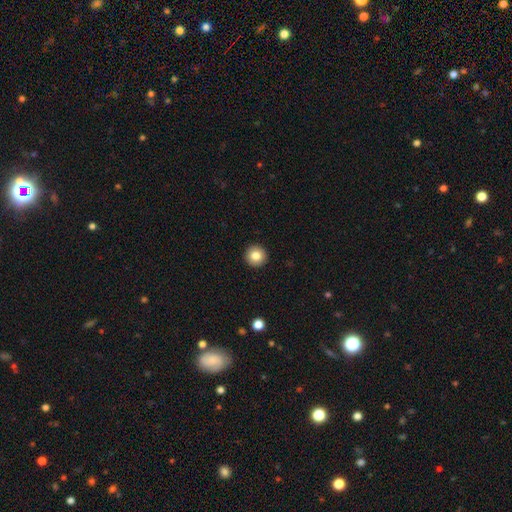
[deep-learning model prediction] Smooth or featured?
  - smooth: 83% *
  - star or artifact: 10%
  - featured or disk: 7%
How rounded?
  - round: 96% *
  - in between: 3%
  - cigar-shaped: 1%
Merging?
  - none: 94% *
  - minor disturbance: 4%
  - major disturbance: 1%
  - merger: 1%